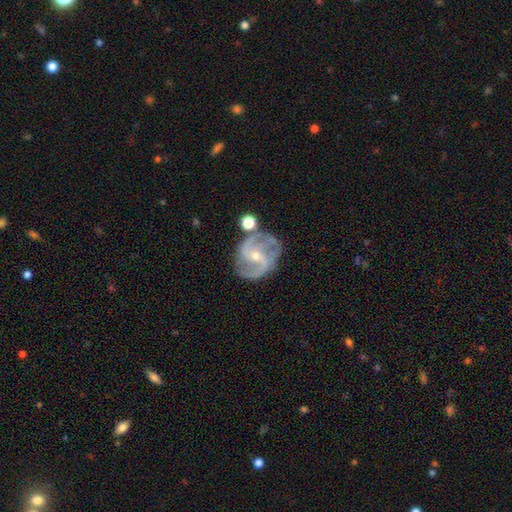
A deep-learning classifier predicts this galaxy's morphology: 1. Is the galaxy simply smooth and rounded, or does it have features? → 89% featured or disk, 6% star or artifact, 6% smooth.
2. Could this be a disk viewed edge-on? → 98% no, 2% yes.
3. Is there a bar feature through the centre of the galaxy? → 44% weak, 29% no, 27% strong.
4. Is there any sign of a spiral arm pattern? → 97% yes, 3% no.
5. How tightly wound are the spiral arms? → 54% medium, 23% loose, 23% tight.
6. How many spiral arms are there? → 69% 2, 16% 3, 7% can't tell, 3% 4, 3% 1, 2% more than 4.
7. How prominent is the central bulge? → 63% small, 34% moderate, 1% none, 1% large, 1% dominant.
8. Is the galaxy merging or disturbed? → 67% none, 18% minor disturbance, 8% major disturbance, 7% merger.